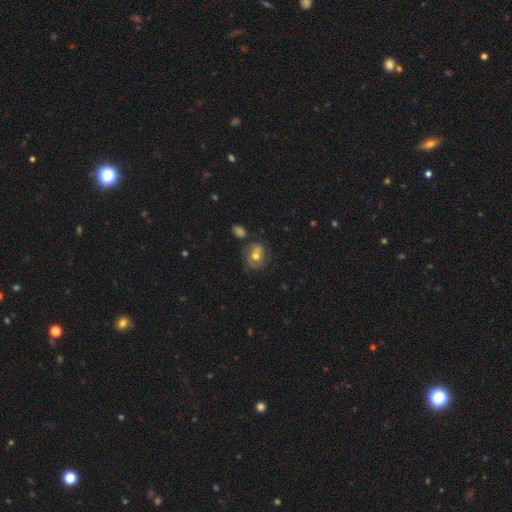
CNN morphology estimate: This is possibly a smooth galaxy (53%). How rounded: likely round (63%). Merging: possibly none (57%).